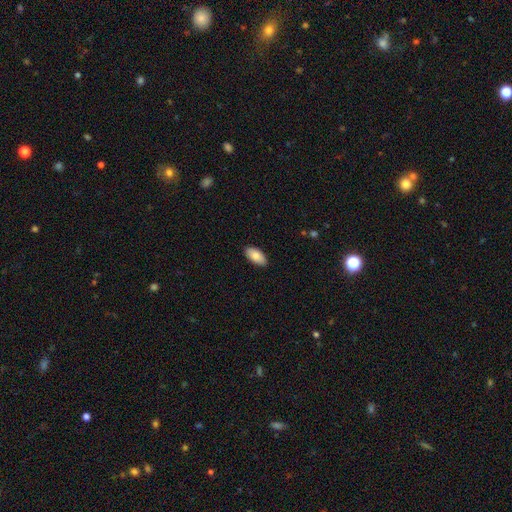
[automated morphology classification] Smooth or featured: smooth — 83% (featured or disk — 11%)
How rounded: in between — 93% (cigar-shaped — 5%)
Merging: none — 89% (minor disturbance — 8%)